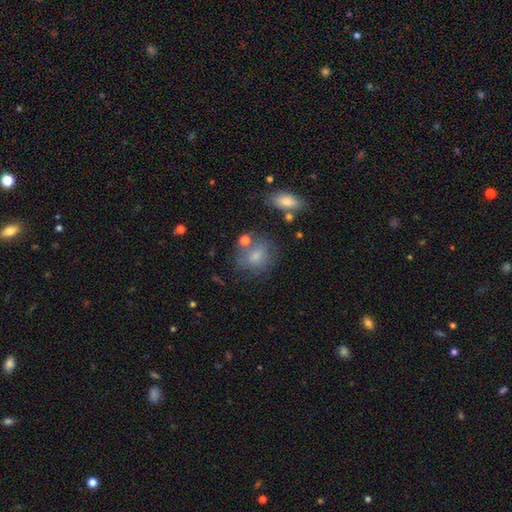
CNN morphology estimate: type=smooth (70%); roundness=round (61%); merging=none (58%).